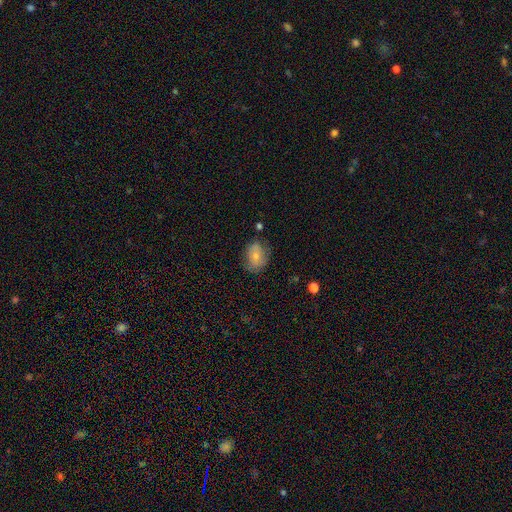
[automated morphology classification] A smooth galaxy with no disk features (70%) that is in between round and cigar-shaped (71%). Merging: none (65%).